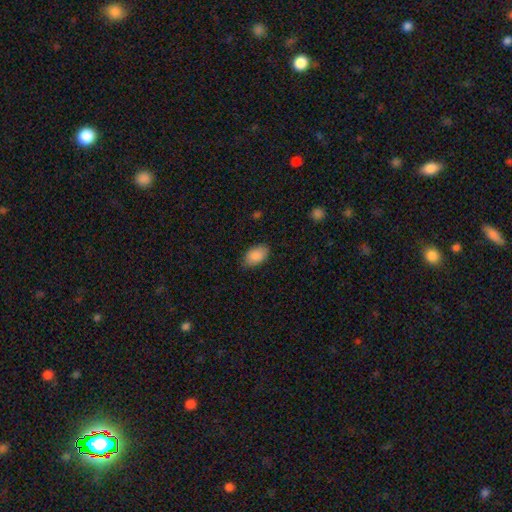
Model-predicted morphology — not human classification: smooth 89%, star or artifact 7%, featured or disk 4%. Down the decision tree: how rounded — in between (91%); merging — none (81%).